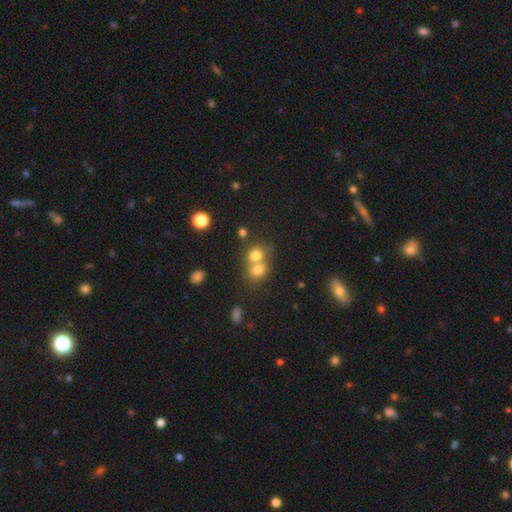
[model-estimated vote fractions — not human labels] Morphology: type=smooth (74%); roundness=round (73%); merging=merger (57%).